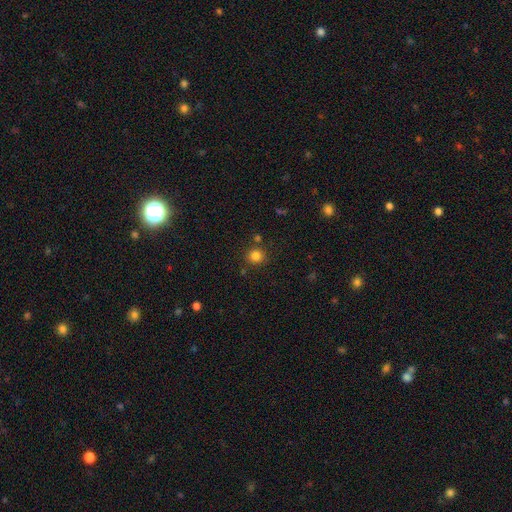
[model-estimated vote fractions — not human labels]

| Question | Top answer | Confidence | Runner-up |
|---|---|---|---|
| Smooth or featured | smooth | 82% | star or artifact (13%) |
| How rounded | round | 91% | in between (8%) |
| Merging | none | 83% | minor disturbance (9%) |